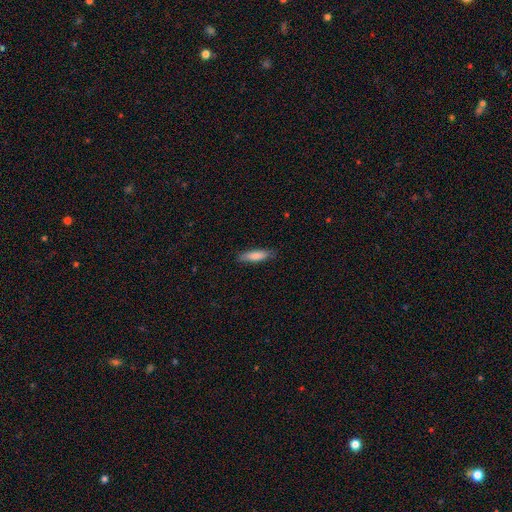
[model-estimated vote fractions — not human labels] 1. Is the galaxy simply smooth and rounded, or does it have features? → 82% smooth, 13% featured or disk, 6% star or artifact.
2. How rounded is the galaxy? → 64% cigar-shaped, 34% in between, 1% round.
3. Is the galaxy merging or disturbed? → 83% none, 14% minor disturbance, 2% major disturbance, 1% merger.